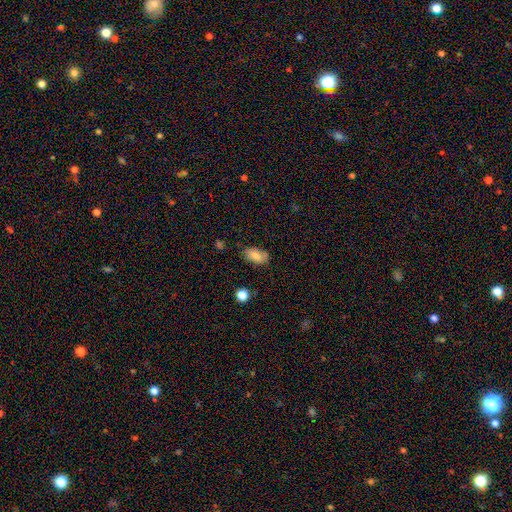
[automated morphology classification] This appears to be a smooth galaxy with no disk features (82%) that is in between round and cigar-shaped (92%). Merging: none (75%).